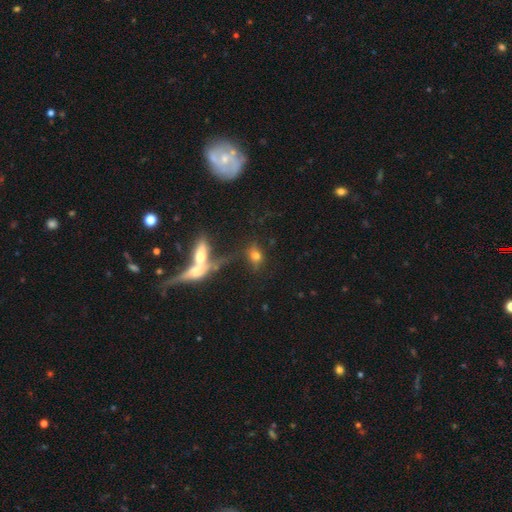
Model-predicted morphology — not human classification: A smooth galaxy with no disk features (60%) that is in between round and cigar-shaped (59%).

Vote fractions:
- Smooth or featured? smooth: 60% / featured or disk: 25% / star or artifact: 15%
- How rounded? in between: 59% / round: 29% / cigar-shaped: 11%
- Merging? none: 50% / merger: 27% / minor disturbance: 13% / major disturbance: 10%